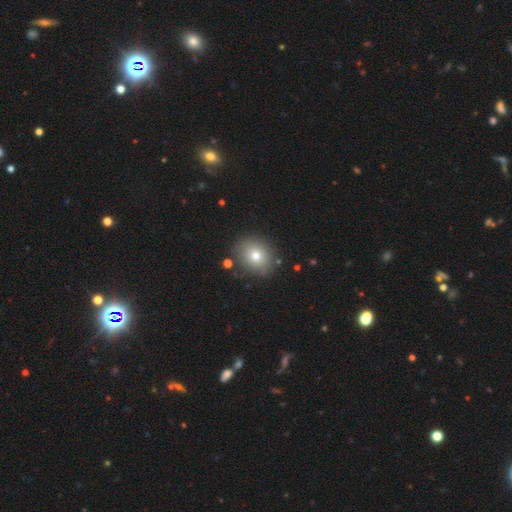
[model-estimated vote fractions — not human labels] Smooth or featured: smooth — 75% (featured or disk — 13%)
How rounded: round — 65% (in between — 34%)
Merging: none — 84% (minor disturbance — 10%)